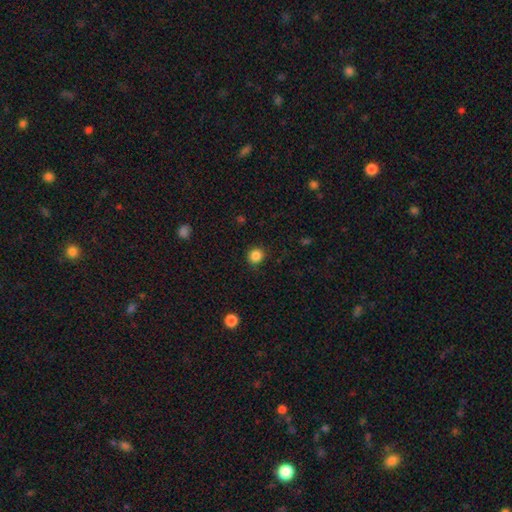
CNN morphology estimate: Smooth or featured? smooth (86%)
How rounded? round (90%)
Merging? none (89%)